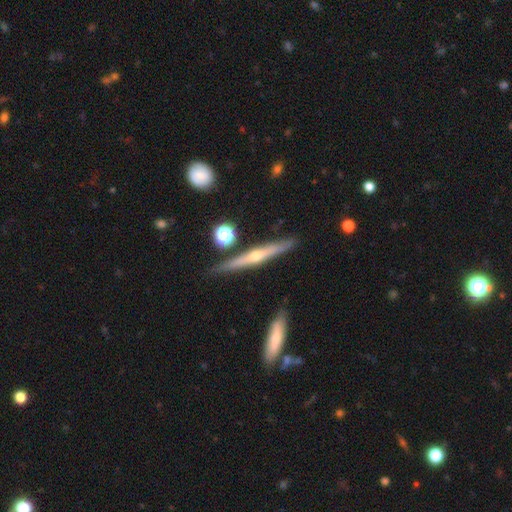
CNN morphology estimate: The model was most divided on "smooth or featured": featured or disk: 71%, smooth: 22%, star or artifact: 6%. More confident: edge-on disk — yes (97%); merging — none (86%); edge-on bulge — rounded (85%).